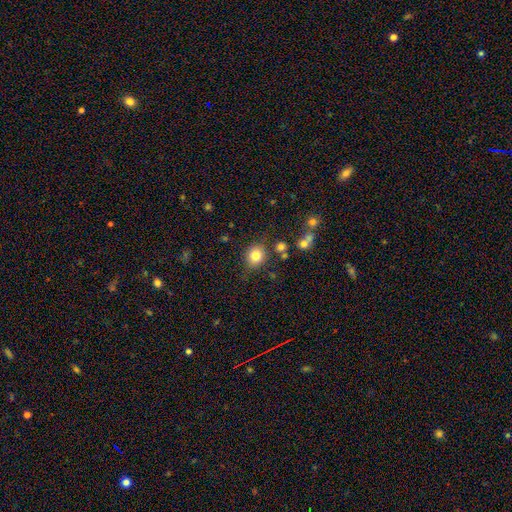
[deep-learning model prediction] The model was most divided on "how rounded": round: 73%, in between: 26%, cigar-shaped: 1%. More confident: smooth or featured — smooth (82%); merging — none (80%).